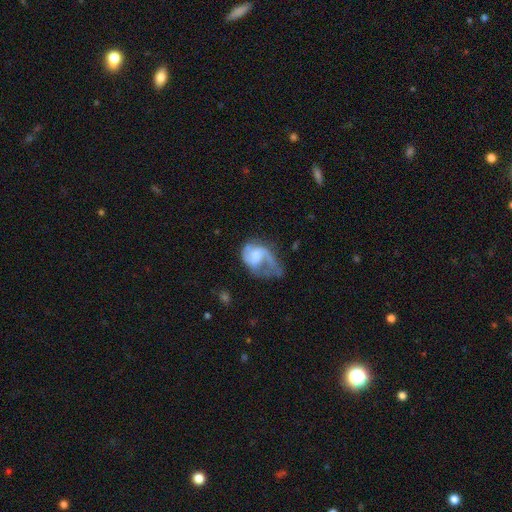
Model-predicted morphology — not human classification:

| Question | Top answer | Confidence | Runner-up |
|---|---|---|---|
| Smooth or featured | featured or disk | 72% | smooth (21%) |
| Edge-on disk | no | 98% | yes (2%) |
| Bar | no | 55% | weak (39%) |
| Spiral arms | yes | 86% | no (14%) |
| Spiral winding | loose | 46% | medium (40%) |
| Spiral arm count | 2 | 62% | 1 (25%) |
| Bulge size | moderate | 41% | small (34%) |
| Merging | major disturbance | 43% | none (28%) |